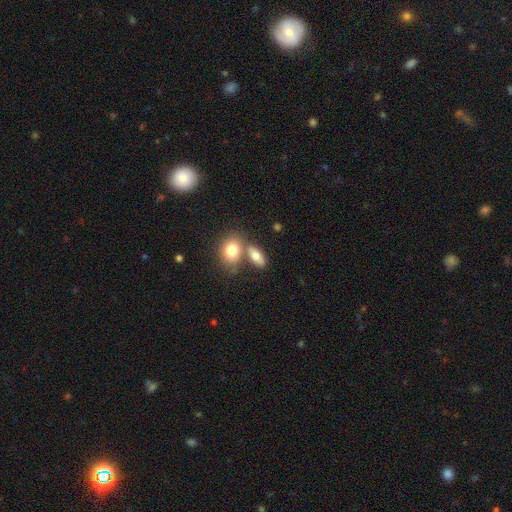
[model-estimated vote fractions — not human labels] Q: Smooth or featured?
A: smooth (78%); runner-up: featured or disk (15%)
Q: How rounded?
A: in between (83%); runner-up: round (11%)
Q: Merging?
A: none (49%); runner-up: merger (37%)